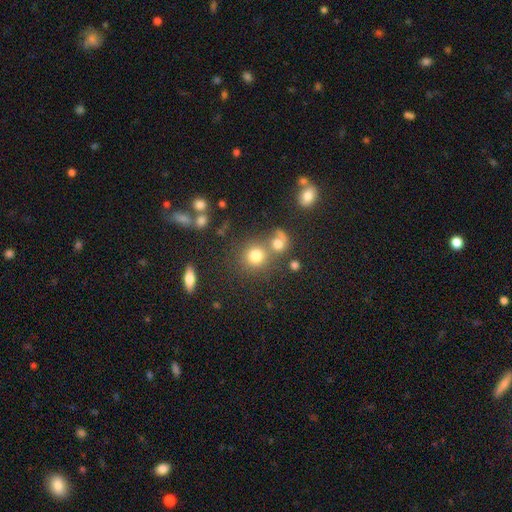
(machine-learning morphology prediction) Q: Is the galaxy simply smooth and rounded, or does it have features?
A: smooth — 76%.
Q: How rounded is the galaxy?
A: round — 86%.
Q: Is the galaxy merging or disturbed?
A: none — 57%.